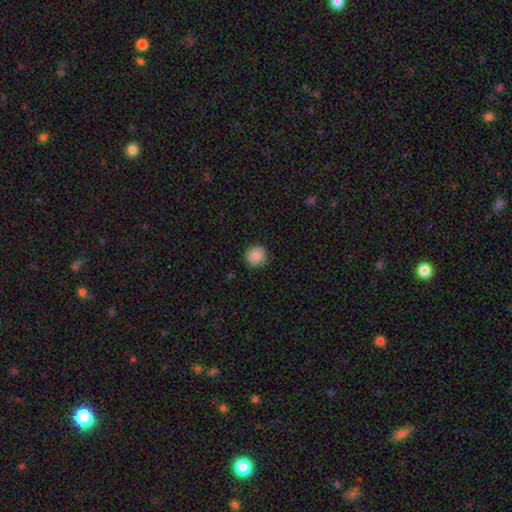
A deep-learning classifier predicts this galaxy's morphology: A smooth galaxy with no disk features (88%) that is round (94%). Merging: none (91%).